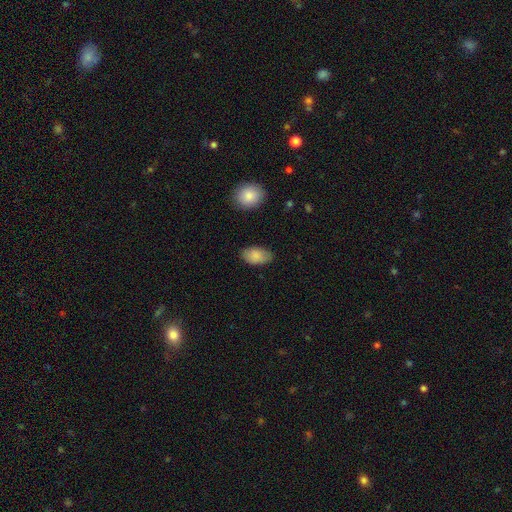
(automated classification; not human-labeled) The model was most divided on "merging": none: 82%, minor disturbance: 14%, major disturbance: 3%, merger: 2%. More confident: how rounded — in between (93%); smooth or featured — smooth (86%).